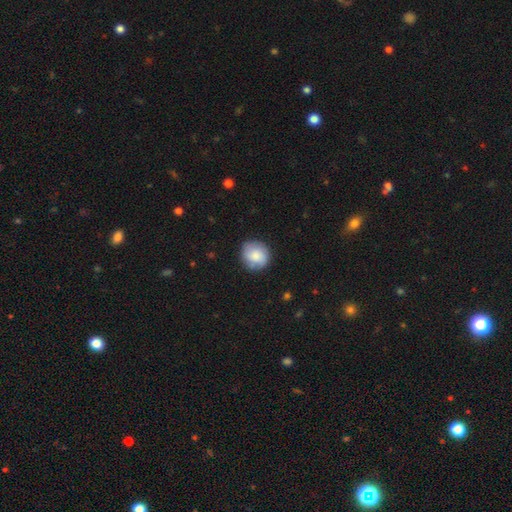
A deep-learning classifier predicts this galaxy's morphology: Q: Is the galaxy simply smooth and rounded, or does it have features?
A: smooth — 77%.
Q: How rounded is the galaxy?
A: round — 84%.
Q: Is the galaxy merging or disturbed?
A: none — 83%.